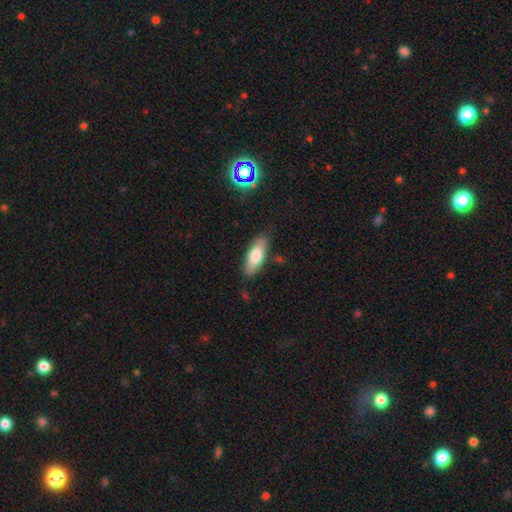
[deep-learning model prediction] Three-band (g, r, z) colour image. It shows a smooth galaxy with no disk features (76%) that is in between round and cigar-shaped (70%). Merging: none (82%).